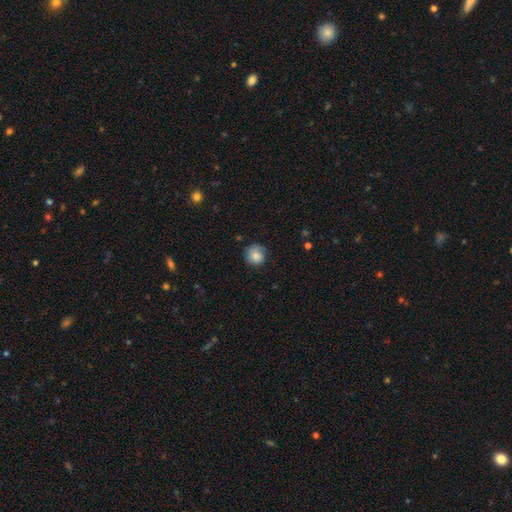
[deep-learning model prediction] Overall: smooth (81%). How rounded: round (89%). Merging: none (71%).